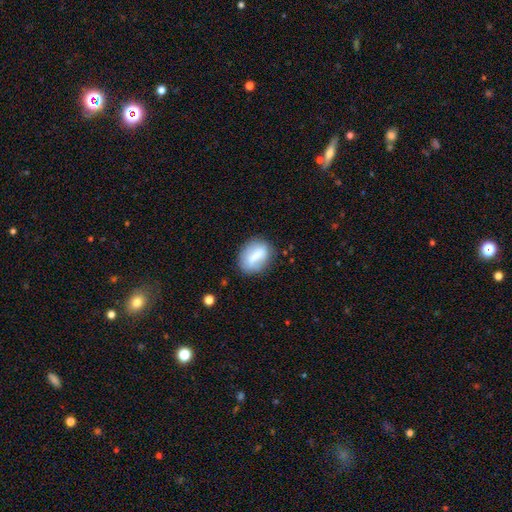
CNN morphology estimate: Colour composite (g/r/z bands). It shows a smooth galaxy with no disk features (62%) that is in between round and cigar-shaped (75%). Merging: none (73%).